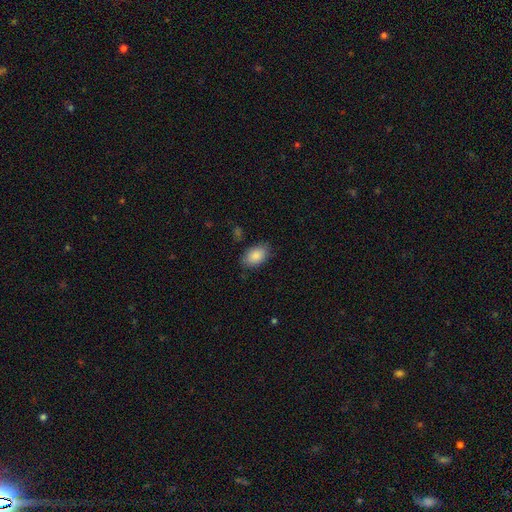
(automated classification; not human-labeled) The model was most divided on "merging": none: 81%, minor disturbance: 14%, major disturbance: 3%, merger: 2%. More confident: how rounded — in between (90%); smooth or featured — smooth (87%).